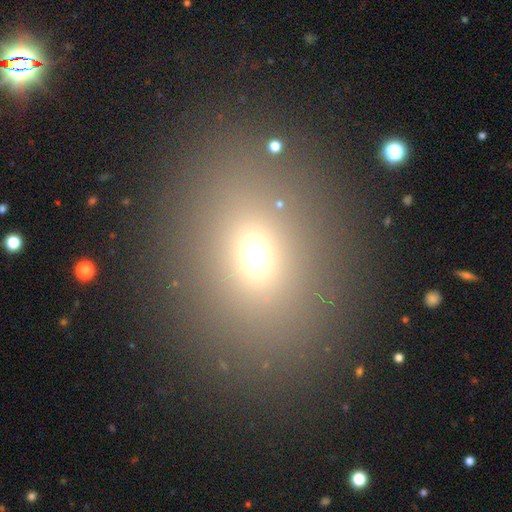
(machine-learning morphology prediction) Smooth or featured?
  - smooth: 66% *
  - star or artifact: 23%
  - featured or disk: 11%
How rounded?
  - in between: 51% *
  - round: 48%
  - cigar-shaped: 2%
Merging?
  - none: 85% *
  - minor disturbance: 8%
  - major disturbance: 5%
  - merger: 3%